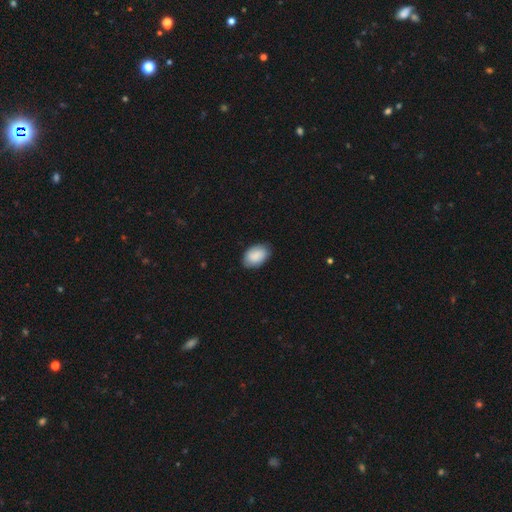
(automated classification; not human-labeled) A smooth galaxy with no disk features (88%) that is in between round and cigar-shaped (90%).

Vote fractions:
- Smooth or featured? smooth: 88% / featured or disk: 6% / star or artifact: 6%
- How rounded? in between: 90% / round: 9% / cigar-shaped: 1%
- Merging? none: 83% / minor disturbance: 14% / major disturbance: 2% / merger: 1%